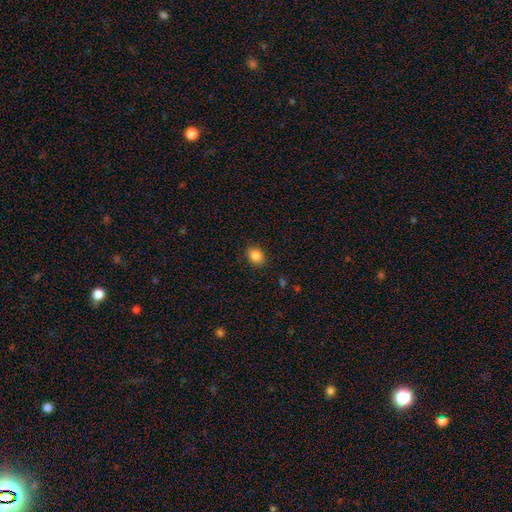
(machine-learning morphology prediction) type=smooth (86%); roundness=in between (57%); merging=none (88%).